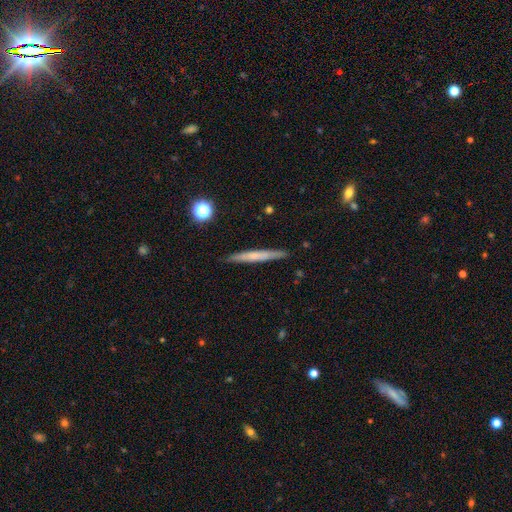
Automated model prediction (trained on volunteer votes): This appears to be a smooth galaxy with no disk features (52%) that is cigar-shaped (96%). Merging: none (89%).